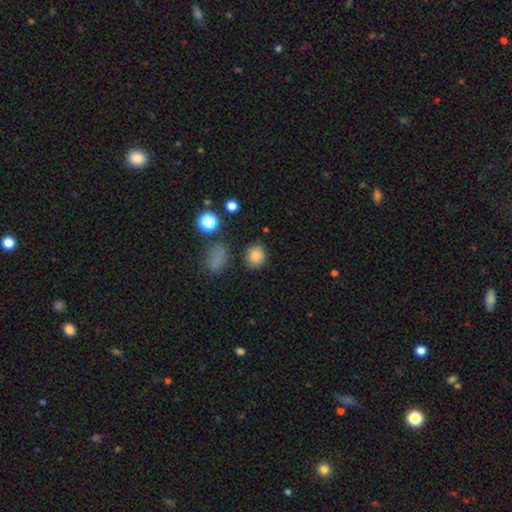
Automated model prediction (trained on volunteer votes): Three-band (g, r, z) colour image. It shows a smooth galaxy with no disk features (83%) that is round (73%). Merging: none (84%).